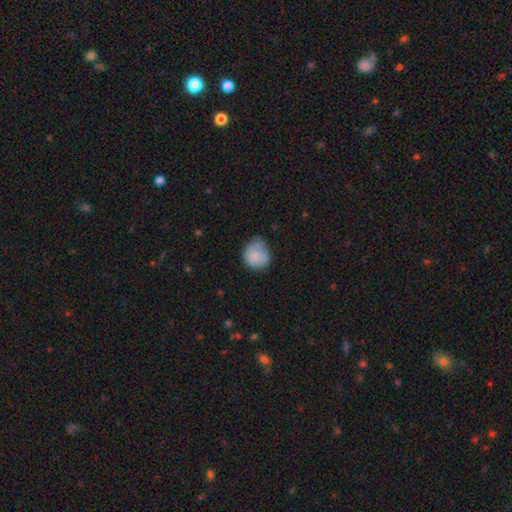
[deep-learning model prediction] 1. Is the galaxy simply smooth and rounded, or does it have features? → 81% smooth, 12% featured or disk, 8% star or artifact.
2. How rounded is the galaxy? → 79% round, 20% in between, 1% cigar-shaped.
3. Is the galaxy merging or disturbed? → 49% none, 36% minor disturbance, 11% major disturbance, 3% merger.